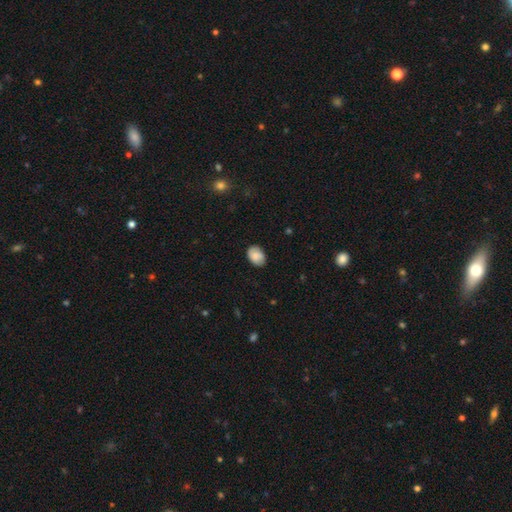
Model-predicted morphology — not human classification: Smooth or featured? smooth (82%)
How rounded? in between (78%)
Merging? none (82%)